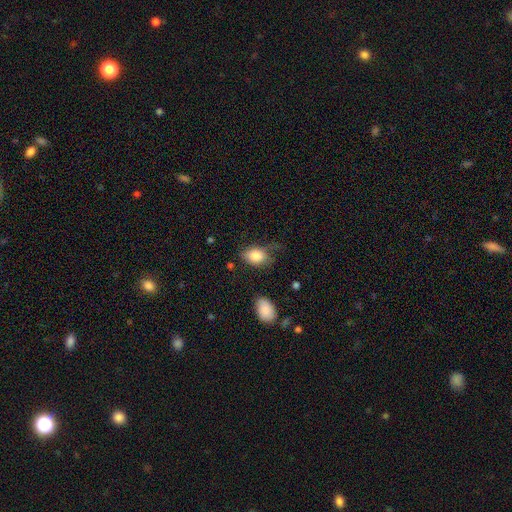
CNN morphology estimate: Overall: smooth (84%). How rounded: in between (82%). Merging: none (49%; minor disturbance 30%).